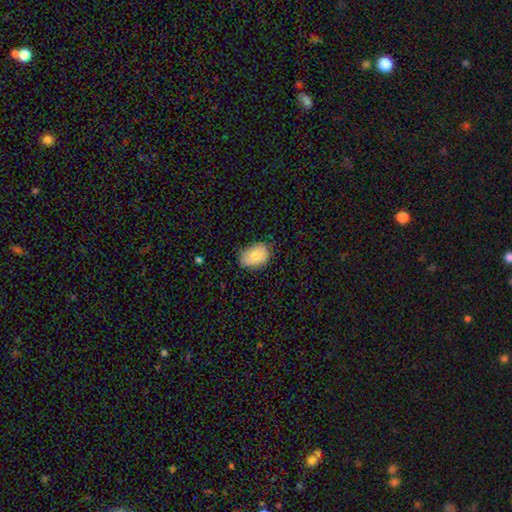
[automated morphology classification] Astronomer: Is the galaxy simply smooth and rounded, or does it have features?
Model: smooth — 78%.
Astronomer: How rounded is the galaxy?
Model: in between — 81%.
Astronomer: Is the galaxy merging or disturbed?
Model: none — 74%.